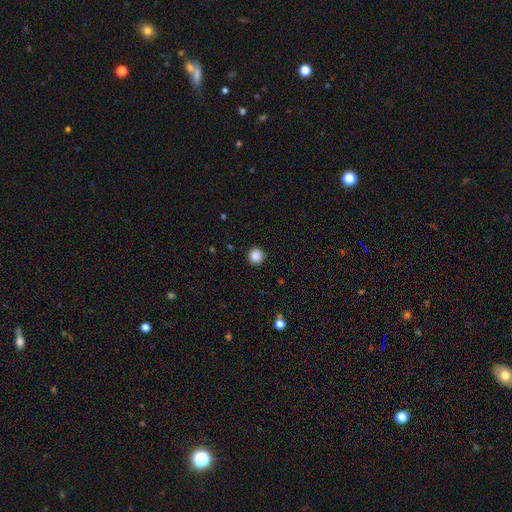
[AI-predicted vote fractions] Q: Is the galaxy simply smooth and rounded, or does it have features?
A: smooth — 87%.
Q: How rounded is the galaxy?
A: round — 95%.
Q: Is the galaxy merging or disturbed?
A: none — 93%.